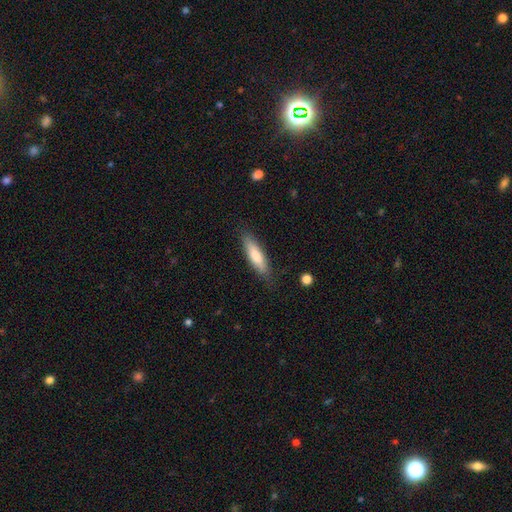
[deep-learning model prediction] Overall: smooth (73%). How rounded: cigar-shaped (70%). Merging: none (83%).